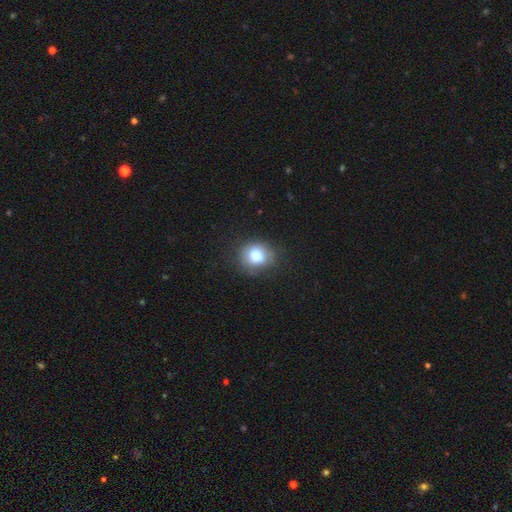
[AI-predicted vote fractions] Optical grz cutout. It shows a smooth galaxy with no disk features (81%) that is round (71%). Merging: none (77%).